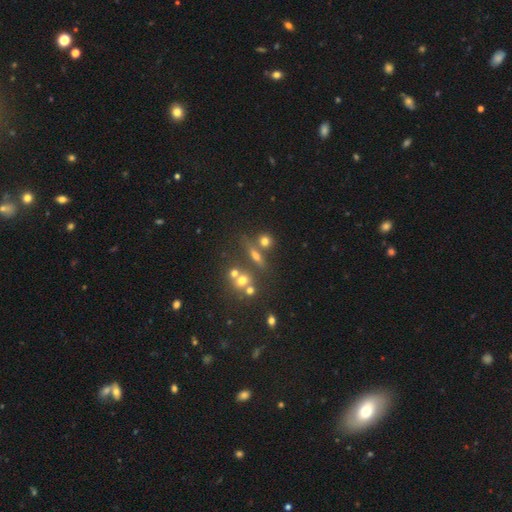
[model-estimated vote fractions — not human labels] The model was most divided on "smooth or featured": smooth: 50%, featured or disk: 30%, star or artifact: 20%. More confident: merging — none (60%).